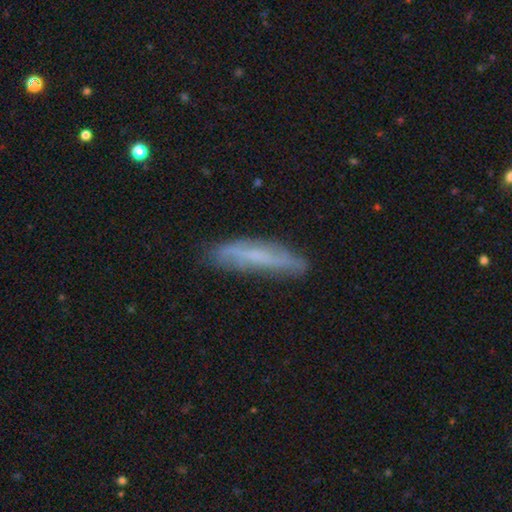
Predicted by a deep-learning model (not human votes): The model was most divided on "smooth or featured": smooth: 46%, featured or disk: 45%, star or artifact: 9%. More confident: merging — none (77%).